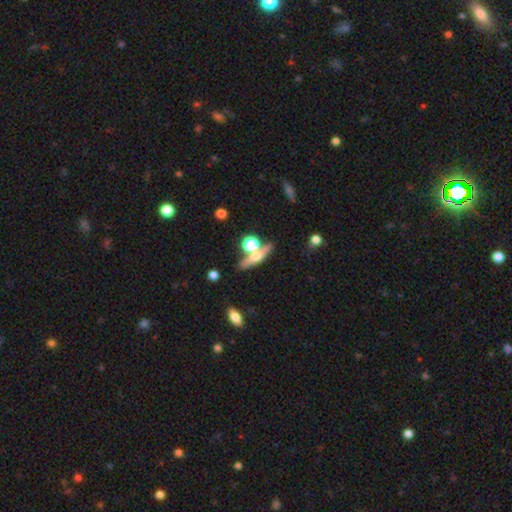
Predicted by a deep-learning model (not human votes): Overall: featured or disk (48%; smooth 41%). Merging: none (63%).